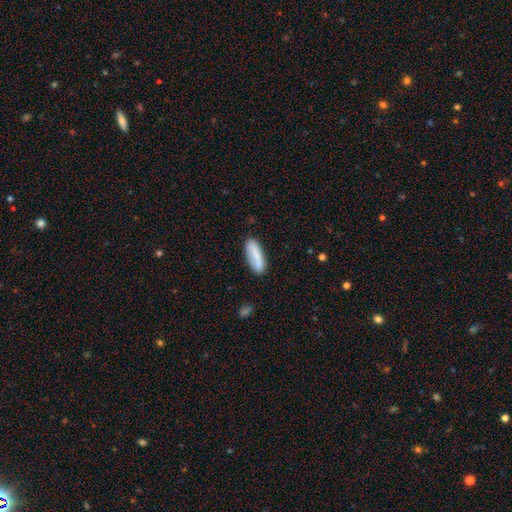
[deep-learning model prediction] The model was most divided on "how rounded": in between: 56%, cigar-shaped: 42%, round: 2%. More confident: merging — none (82%); smooth or featured — smooth (80%).